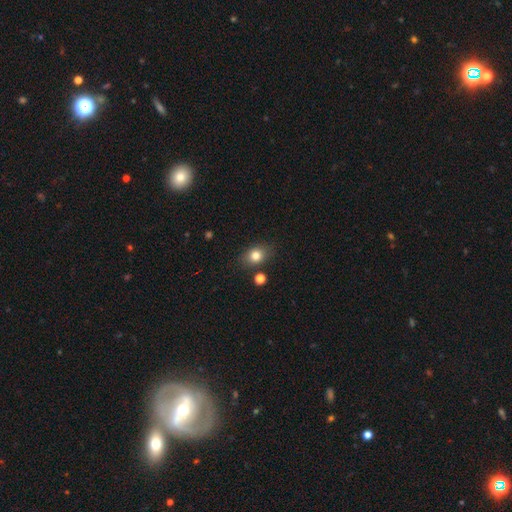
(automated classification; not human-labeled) Q: Smooth or featured?
A: smooth (80%); runner-up: star or artifact (11%)
Q: How rounded?
A: in between (58%); runner-up: round (41%)
Q: Merging?
A: none (80%); runner-up: minor disturbance (12%)